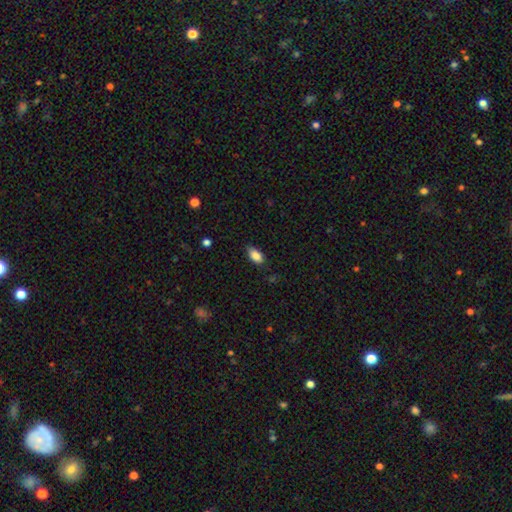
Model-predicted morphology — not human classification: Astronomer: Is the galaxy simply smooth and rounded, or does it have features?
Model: smooth — 86%.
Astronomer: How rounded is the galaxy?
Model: in between — 91%.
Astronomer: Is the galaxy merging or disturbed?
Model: none — 77%.